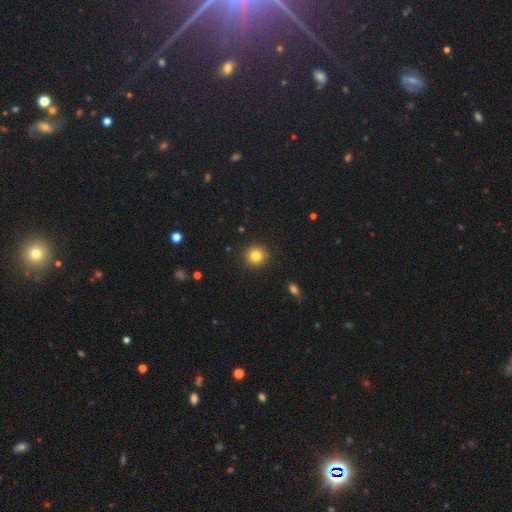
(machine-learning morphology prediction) smooth_or_featured: smooth (p=0.83) [alt: star or artifact p=0.11]
how_rounded: round (p=0.93) [alt: in between p=0.06]
merging: none (p=0.92) [alt: minor disturbance p=0.05]